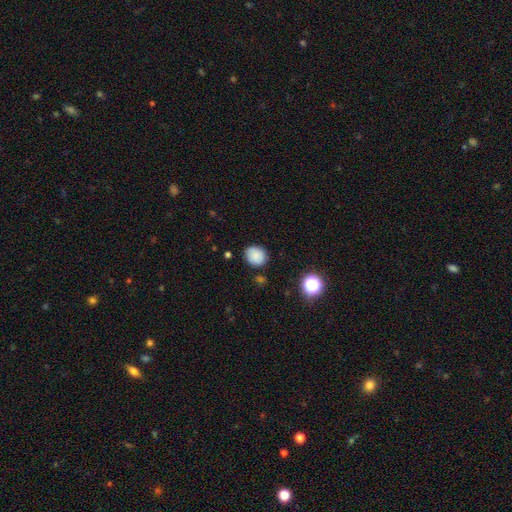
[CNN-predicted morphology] This is clearly a smooth galaxy (83%). How rounded: likely round (73%). Merging: clearly none (82%).